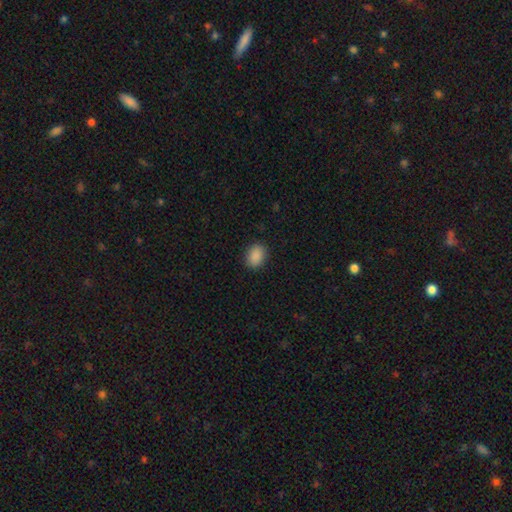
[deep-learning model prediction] The model was most divided on "how rounded": in between: 75%, round: 24%, cigar-shaped: 1%. More confident: smooth or featured — smooth (89%); merging — none (88%).